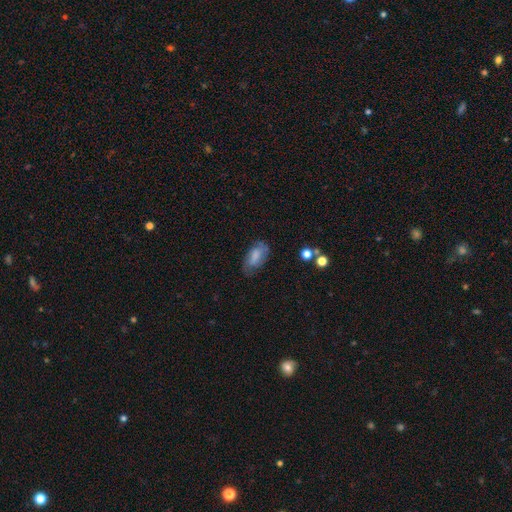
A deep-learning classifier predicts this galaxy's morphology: The model was most divided on "merging": none: 57%, minor disturbance: 29%, major disturbance: 12%, merger: 2%. More confident: how rounded — in between (90%); smooth or featured — smooth (63%).